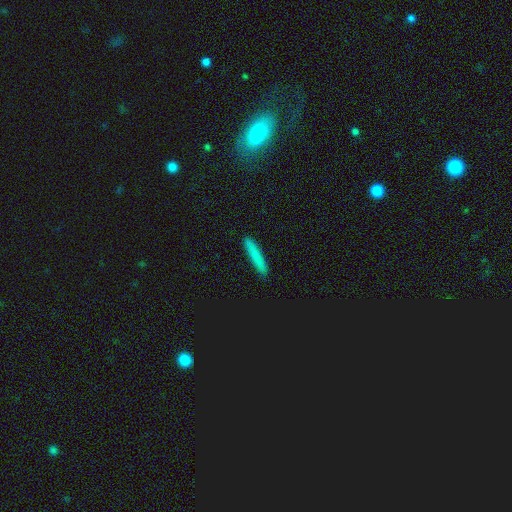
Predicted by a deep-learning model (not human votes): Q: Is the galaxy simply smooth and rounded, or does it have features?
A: smooth — 78%.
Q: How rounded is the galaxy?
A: cigar-shaped — 95%.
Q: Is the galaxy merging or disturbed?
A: none — 91%.